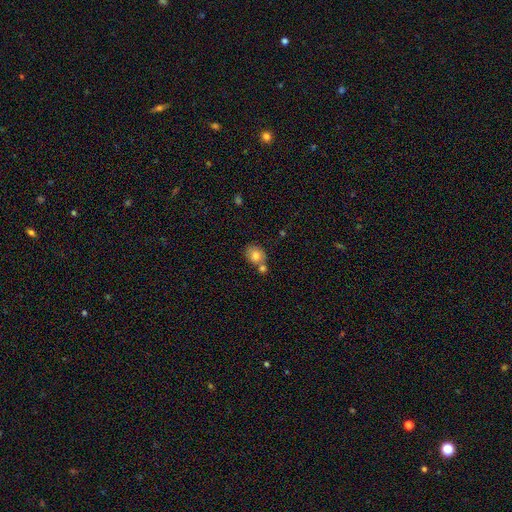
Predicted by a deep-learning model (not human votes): smooth-or-featured: smooth: 79% | featured or disk: 12% | star or artifact: 9%
  how-rounded: round: 58% | in between: 41% | cigar-shaped: 1%
  merging: none: 50% | merger: 33% | minor disturbance: 13% | major disturbance: 4%